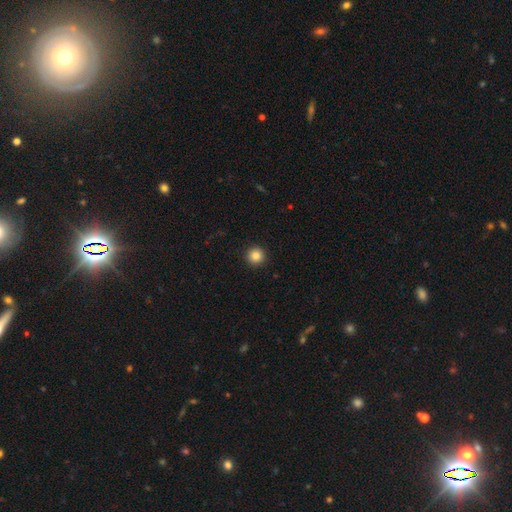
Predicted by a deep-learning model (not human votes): Smooth or featured? Predicted: smooth (p=0.85). How rounded? Predicted: round (p=0.96). Merging? Predicted: none (p=0.93).